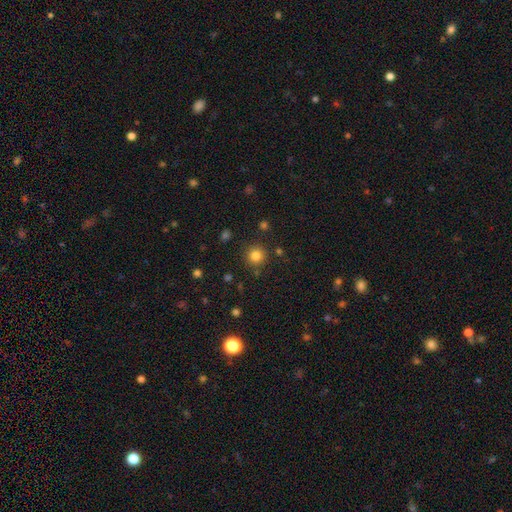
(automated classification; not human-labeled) Smooth or featured: smooth — 82% (star or artifact — 13%)
How rounded: round — 95% (in between — 4%)
Merging: none — 88% (minor disturbance — 6%)